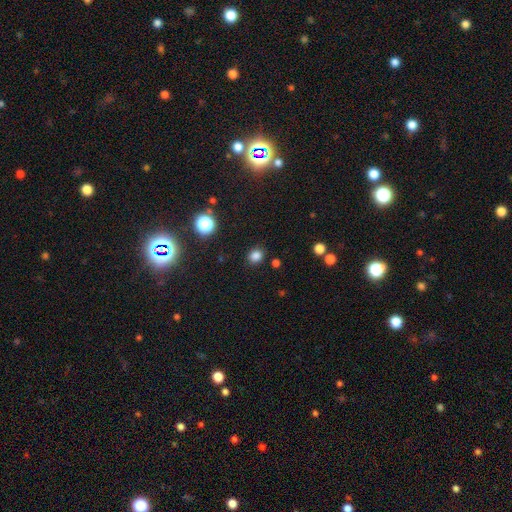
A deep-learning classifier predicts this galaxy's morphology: Q: Smooth or featured?
A: smooth (81%); runner-up: star or artifact (15%)
Q: How rounded?
A: round (69%); runner-up: in between (30%)
Q: Merging?
A: none (86%); runner-up: minor disturbance (9%)